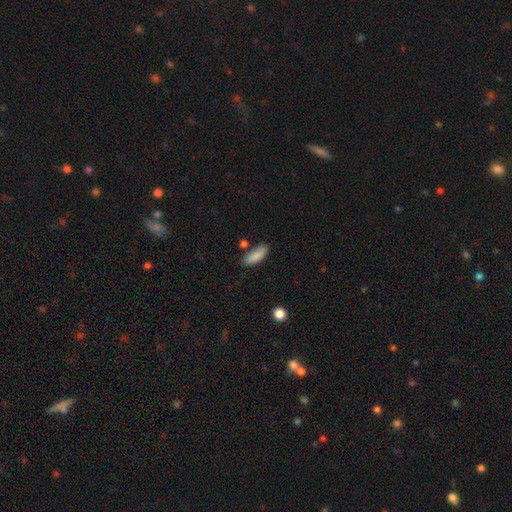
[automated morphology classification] Overall: smooth (86%). How rounded: in between (71%). Merging: none (74%).